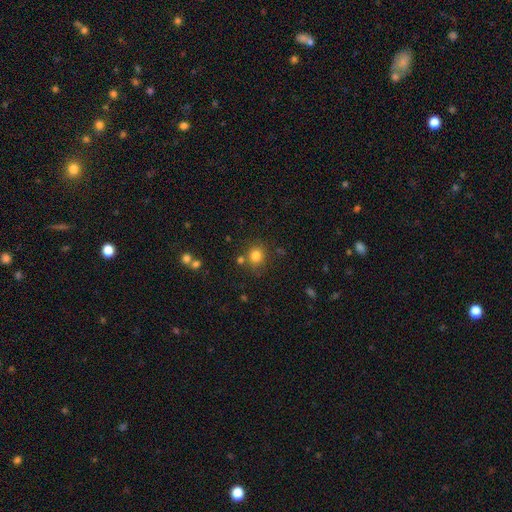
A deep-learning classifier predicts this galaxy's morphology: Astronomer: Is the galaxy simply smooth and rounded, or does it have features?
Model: smooth — 81%.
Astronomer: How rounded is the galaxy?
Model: round — 83%.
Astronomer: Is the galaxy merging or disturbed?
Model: none — 76%.